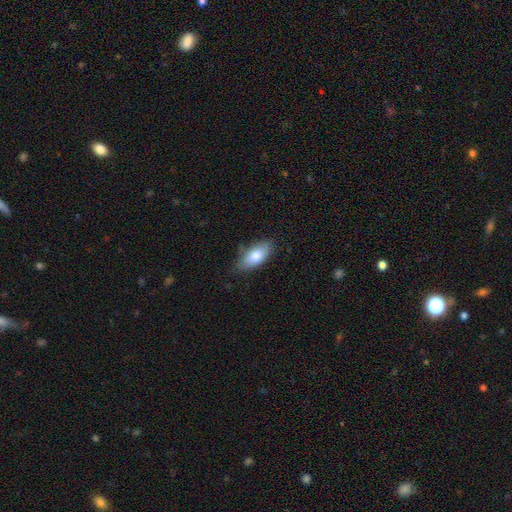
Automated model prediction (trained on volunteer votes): Smooth or featured? smooth (78%)
How rounded? in between (87%)
Merging? none (77%)